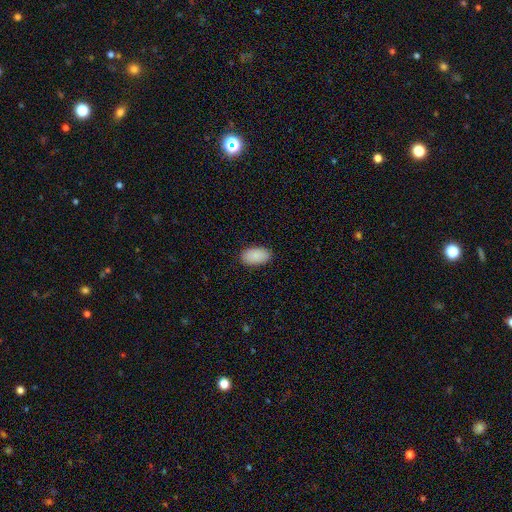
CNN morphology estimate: Smooth or featured?
  - smooth: 89% *
  - star or artifact: 6%
  - featured or disk: 5%
How rounded?
  - in between: 95% *
  - round: 3%
  - cigar-shaped: 2%
Merging?
  - none: 88% *
  - minor disturbance: 9%
  - major disturbance: 2%
  - merger: 1%